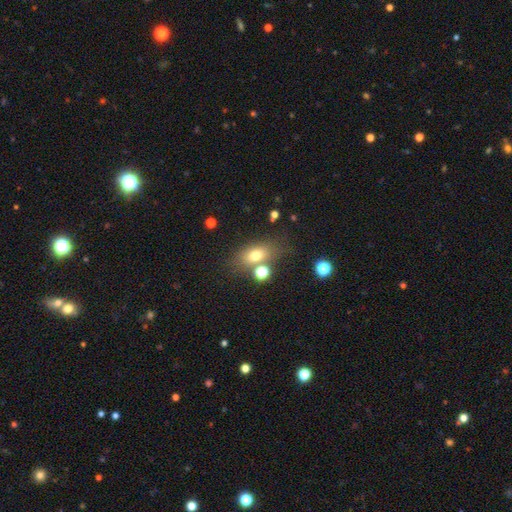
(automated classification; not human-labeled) Smooth or featured: smooth — 71% (featured or disk — 16%)
How rounded: in between — 75% (round — 19%)
Merging: none — 63% (merger — 16%)